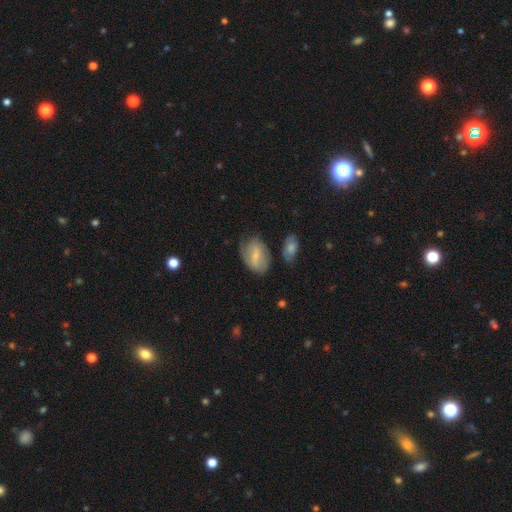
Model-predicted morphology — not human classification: Smooth or featured? smooth (48%)
Merging? none (60%)